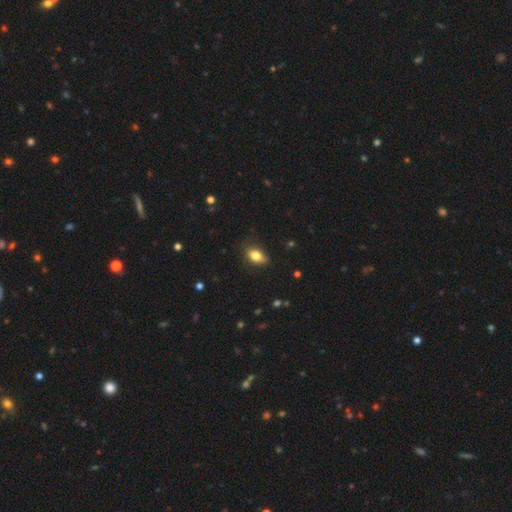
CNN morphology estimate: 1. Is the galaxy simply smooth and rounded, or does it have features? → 80% smooth, 11% featured or disk, 9% star or artifact.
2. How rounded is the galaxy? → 84% in between, 12% round, 4% cigar-shaped.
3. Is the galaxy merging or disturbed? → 74% none, 21% minor disturbance, 4% major disturbance, 1% merger.